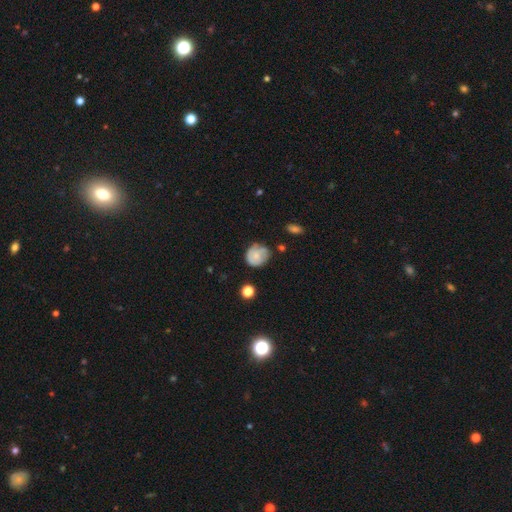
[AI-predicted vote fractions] A smooth galaxy with no disk features (55%) that is round (78%).

Vote fractions:
- Smooth or featured? smooth: 55% / featured or disk: 37% / star or artifact: 8%
- How rounded? round: 78% / in between: 21% / cigar-shaped: 1%
- Merging? none: 62% / minor disturbance: 27% / major disturbance: 8% / merger: 3%